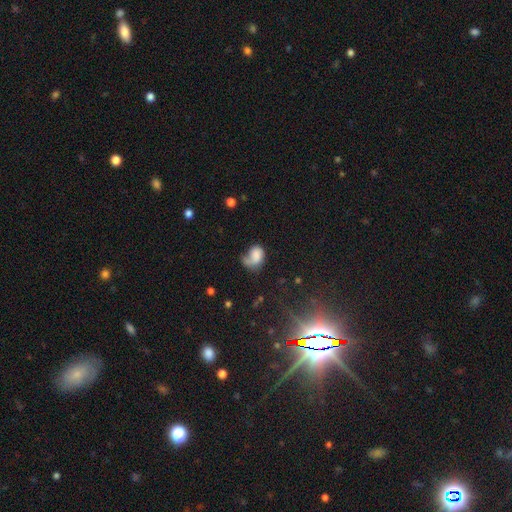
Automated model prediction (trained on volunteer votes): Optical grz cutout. It shows a smooth galaxy with no disk features (67%) that is in between round and cigar-shaped (67%). Merging: major disturbance (33%).